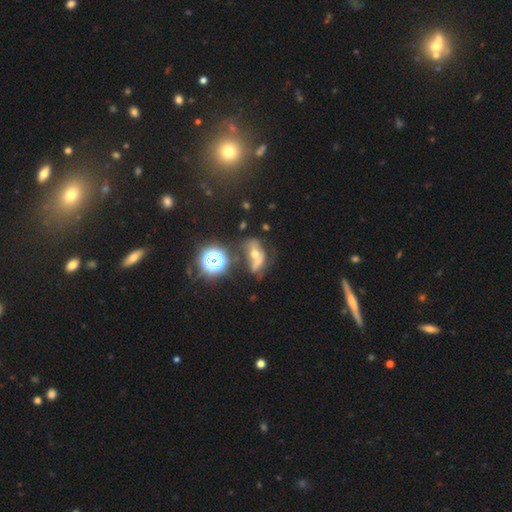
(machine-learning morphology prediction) Smooth or featured? featured or disk (38%)
Merging? none (31%)